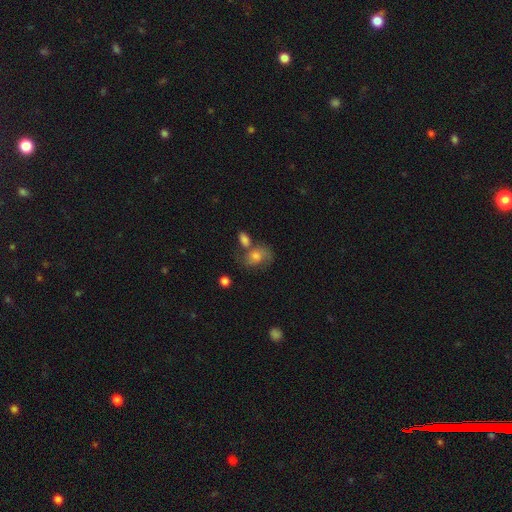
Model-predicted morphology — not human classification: This is possibly a smooth galaxy (49%). Merging: marginally none (44%).